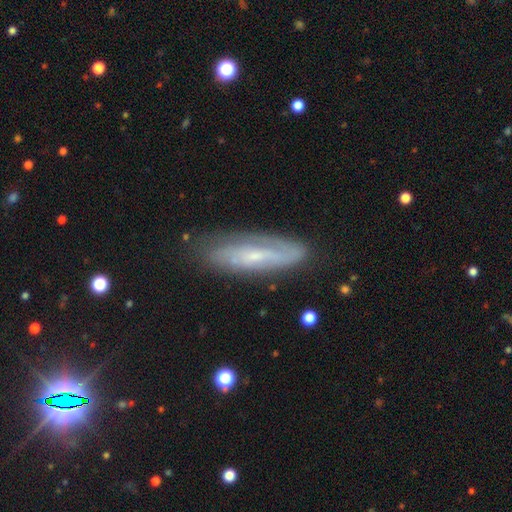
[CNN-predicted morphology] Smooth or featured: featured or disk — 65% (smooth — 28%)
Edge-on disk: no — 71% (yes — 29%)
Merging: none — 73% (minor disturbance — 19%)